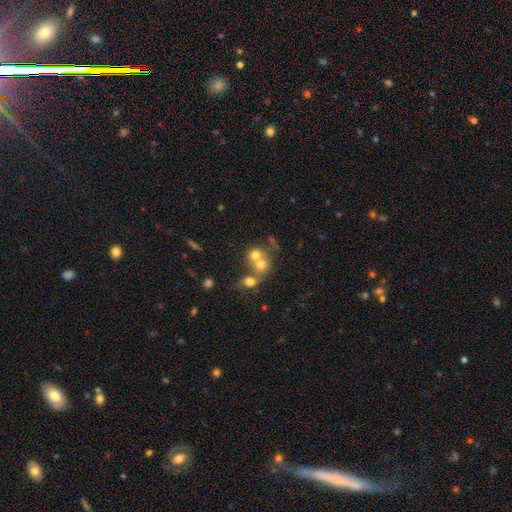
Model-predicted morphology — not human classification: Q: Smooth or featured?
A: smooth (67%); runner-up: featured or disk (19%)
Q: How rounded?
A: round (78%); runner-up: in between (21%)
Q: Merging?
A: merger (57%); runner-up: none (32%)